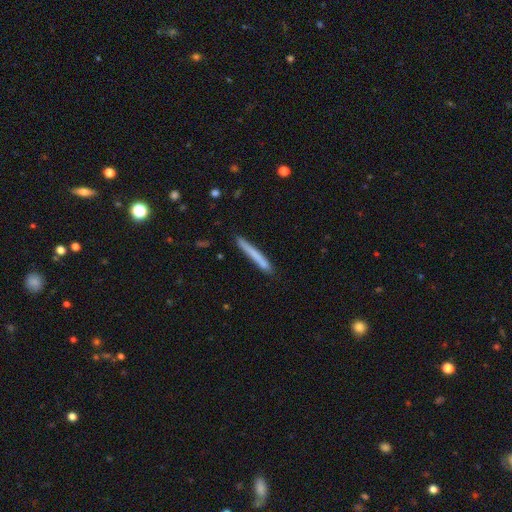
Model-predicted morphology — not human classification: Smooth or featured?
  - smooth: 68% *
  - featured or disk: 25%
  - star or artifact: 6%
How rounded?
  - cigar-shaped: 97% *
  - in between: 2%
  - round: 1%
Merging?
  - none: 85% *
  - minor disturbance: 11%
  - merger: 2%
  - major disturbance: 2%